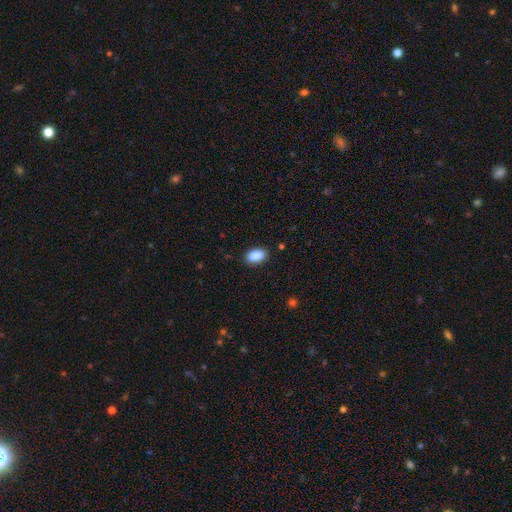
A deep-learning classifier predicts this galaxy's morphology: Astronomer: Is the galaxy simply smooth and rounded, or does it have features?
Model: smooth — 89%.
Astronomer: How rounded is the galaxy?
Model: in between — 91%.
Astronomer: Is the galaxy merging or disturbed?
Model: none — 87%.